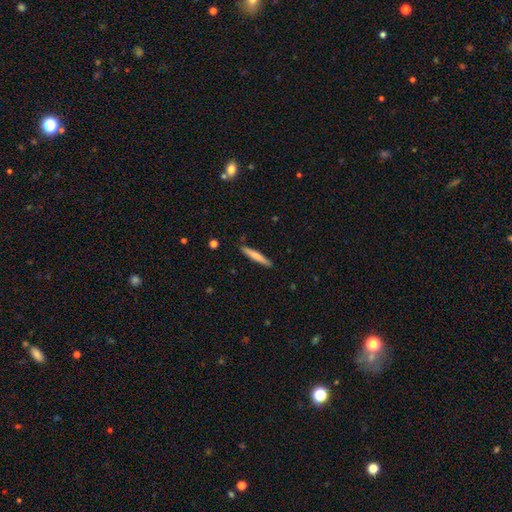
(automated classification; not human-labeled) A smooth galaxy with no disk features (67%) that is cigar-shaped (94%).

Vote fractions:
- Smooth or featured? smooth: 67% / featured or disk: 27% / star or artifact: 5%
- How rounded? cigar-shaped: 94% / in between: 5% / round: 1%
- Merging? none: 90% / minor disturbance: 8% / major disturbance: 1% / merger: 1%